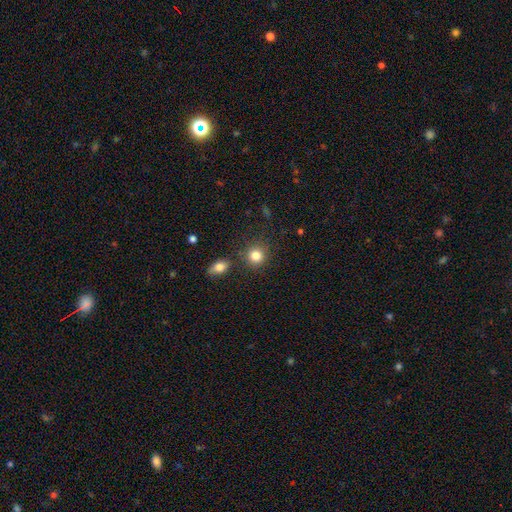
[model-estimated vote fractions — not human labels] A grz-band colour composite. It shows a smooth galaxy with no disk features (83%) that is round (86%). Merging: none (80%).